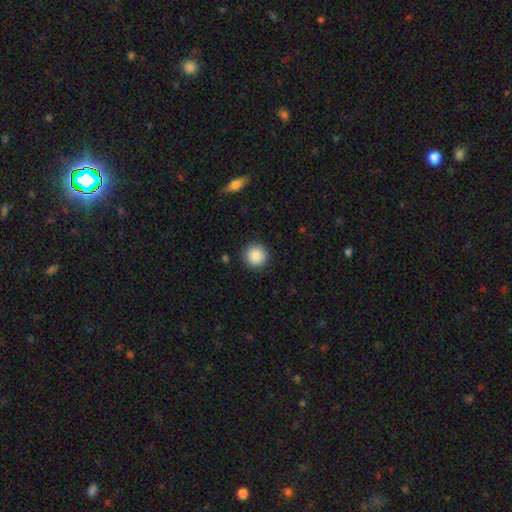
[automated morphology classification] Smooth or featured? smooth (88%)
How rounded? round (95%)
Merging? none (91%)